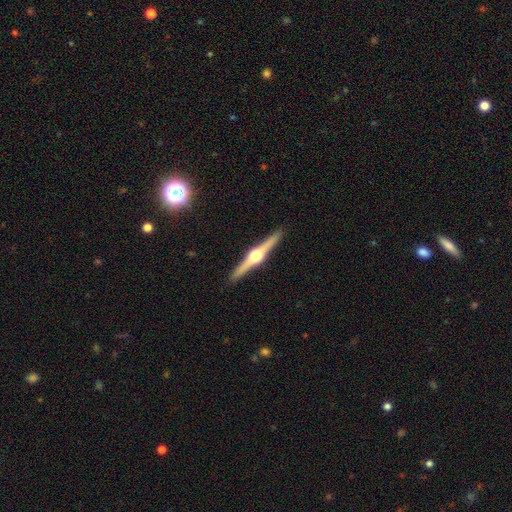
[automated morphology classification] A featured or disk galaxy (85%) viewed edge-on (99%) with a rounded central bulge (95%).

Vote fractions:
- Smooth or featured? featured or disk: 85% / smooth: 10% / star or artifact: 5%
- Edge-on disk? yes: 99% / no: 1%
- Edge-on bulge? rounded: 95% / boxy: 3% / none: 2%
- Merging? none: 93% / minor disturbance: 5% / major disturbance: 1% / merger: 1%